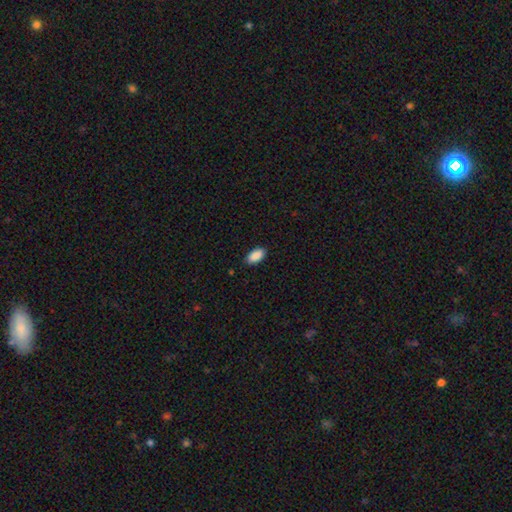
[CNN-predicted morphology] This is clearly a smooth galaxy (90%). How rounded: clearly in between (94%). Merging: clearly none (86%).